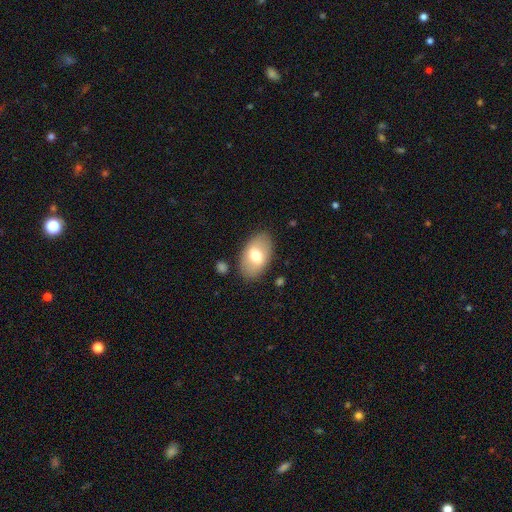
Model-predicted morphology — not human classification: Smooth or featured: smooth — 65% (featured or disk — 29%)
How rounded: in between — 92% (round — 7%)
Merging: none — 83% (minor disturbance — 11%)